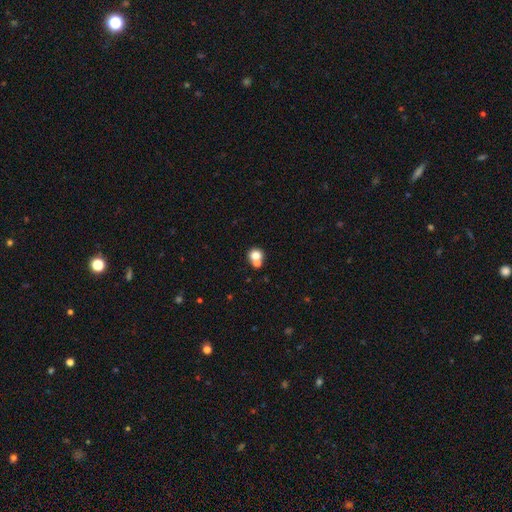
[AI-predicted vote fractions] Smooth or featured?
  - smooth: 75% *
  - star or artifact: 13%
  - featured or disk: 12%
How rounded?
  - round: 82% *
  - in between: 17%
  - cigar-shaped: 1%
Merging?
  - none: 46% *
  - merger: 44%
  - minor disturbance: 7%
  - major disturbance: 3%